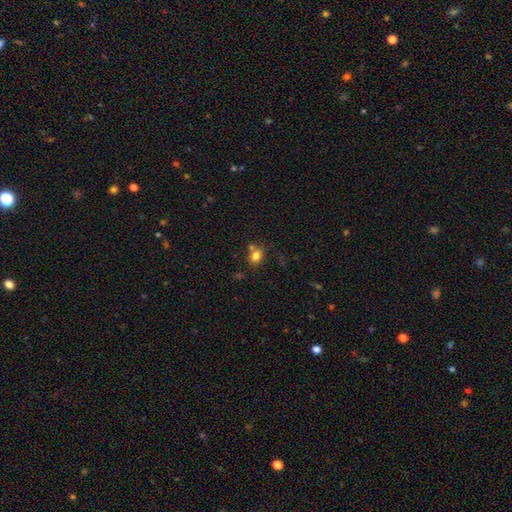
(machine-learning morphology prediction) Smooth or featured: smooth — 78% (star or artifact — 13%)
How rounded: round — 66% (in between — 33%)
Merging: none — 62% (merger — 21%)